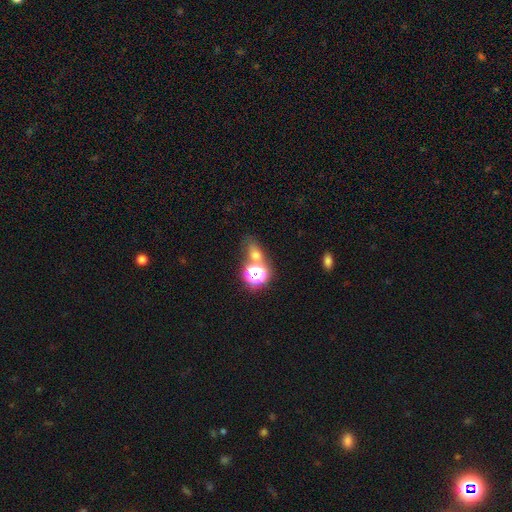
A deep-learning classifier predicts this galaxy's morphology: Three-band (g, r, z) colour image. It shows a smooth galaxy with no disk features (56%) that is round (51%). Merging: none (51%).